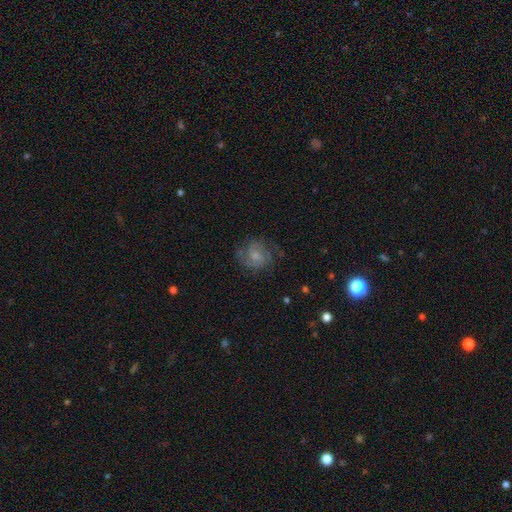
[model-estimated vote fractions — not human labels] Q: Smooth or featured?
A: featured or disk (51%); runner-up: smooth (41%)
Q: Edge-on disk?
A: no (98%); runner-up: yes (2%)
Q: Merging?
A: none (64%); runner-up: minor disturbance (21%)